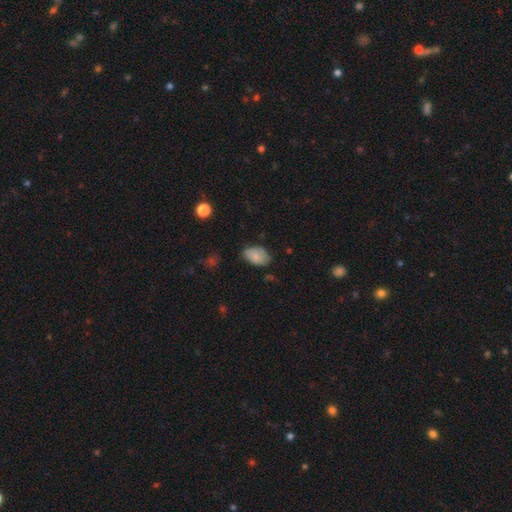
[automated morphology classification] type=smooth (83%); roundness=in between (90%); merging=none (65%).